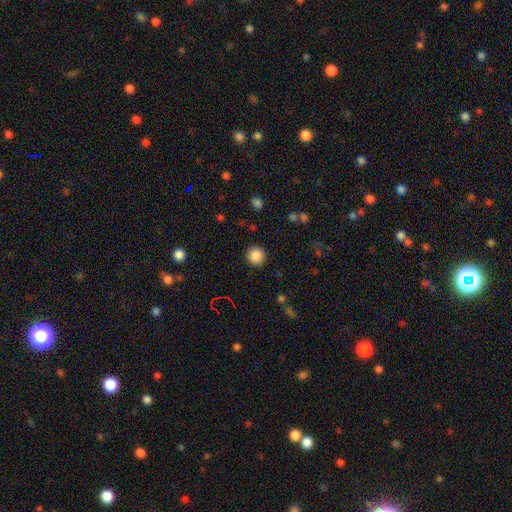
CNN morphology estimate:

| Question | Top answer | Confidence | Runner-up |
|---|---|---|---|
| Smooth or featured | smooth | 87% | star or artifact (10%) |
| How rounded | round | 94% | in between (5%) |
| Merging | none | 91% | minor disturbance (5%) |